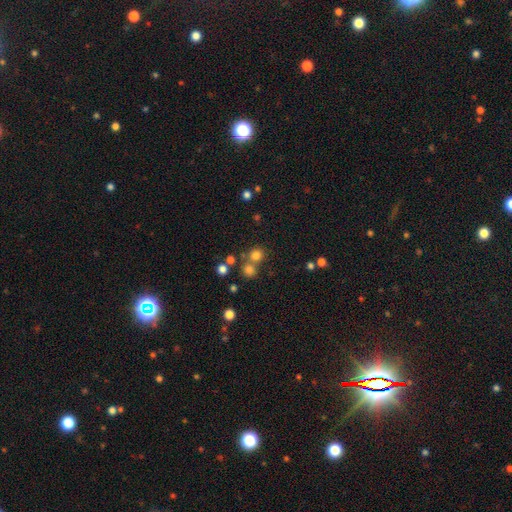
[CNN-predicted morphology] Overall: smooth (74%). How rounded: round (90%). Merging: none (63%; merger 26%).